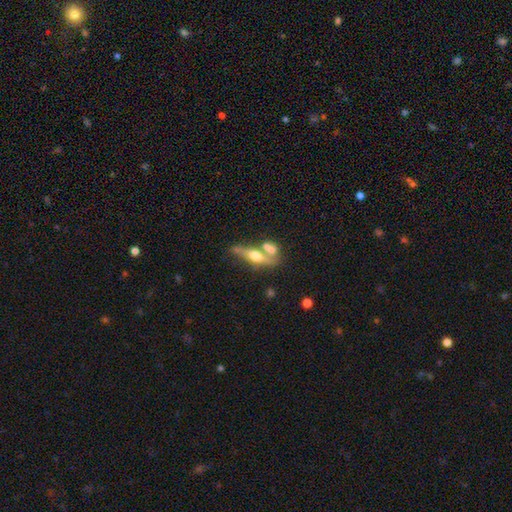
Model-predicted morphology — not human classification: Smooth or featured? featured or disk (59%)
Edge-on disk? yes (83%)
Merging? none (43%)